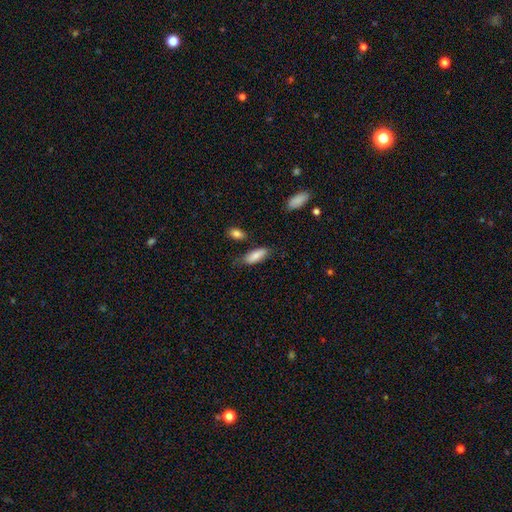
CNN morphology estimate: Smooth or featured: smooth — 82% (featured or disk — 11%)
How rounded: in between — 78% (cigar-shaped — 20%)
Merging: none — 69% (minor disturbance — 22%)